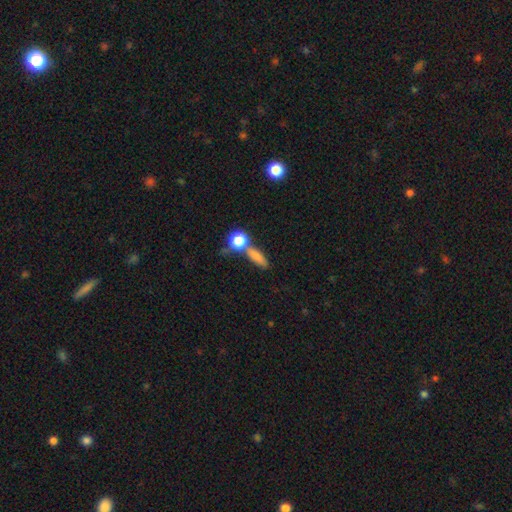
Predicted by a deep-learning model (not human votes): Smooth or featured? Predicted: smooth (p=0.76). How rounded? Predicted: in between (p=0.41). Merging? Predicted: none (p=0.49).